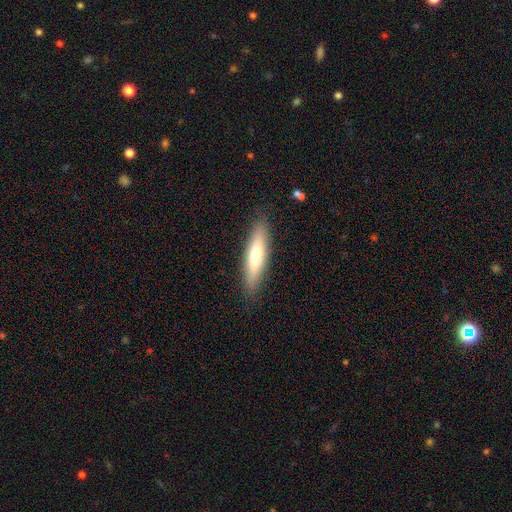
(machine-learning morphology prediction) Overall: smooth (66%; featured or disk 28%). How rounded: cigar-shaped (77%). Merging: none (87%).